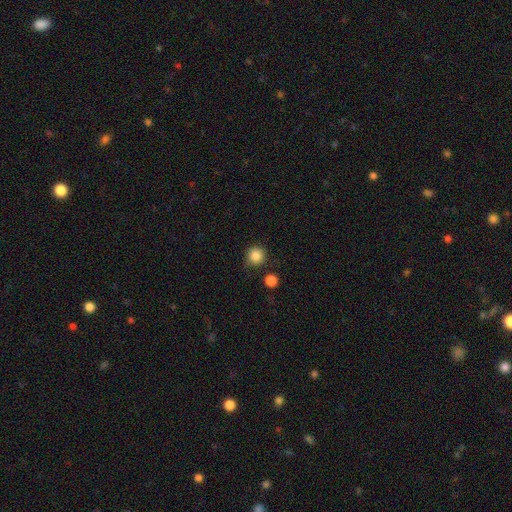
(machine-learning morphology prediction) Overall: smooth (86%). How rounded: round (94%). Merging: none (81%).